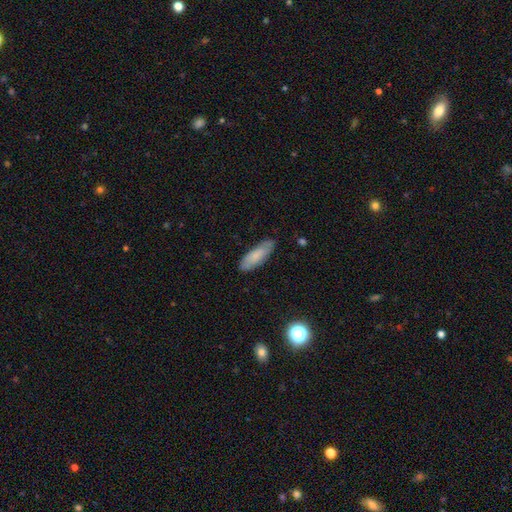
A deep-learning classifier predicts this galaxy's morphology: smooth 78%, featured or disk 16%, star or artifact 6%. Down the decision tree: how rounded — in between (52%); merging — none (81%).